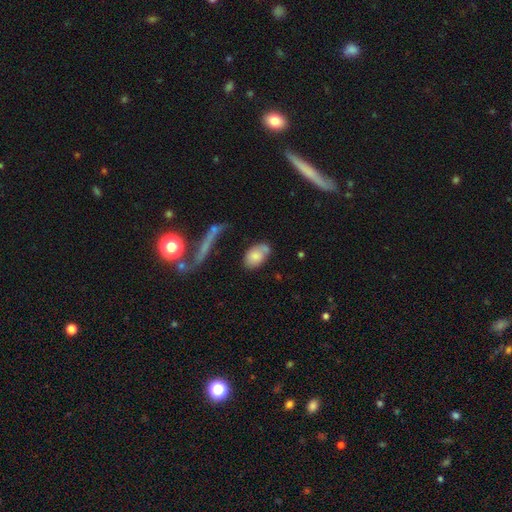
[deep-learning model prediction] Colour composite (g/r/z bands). It shows a smooth galaxy with no disk features (75%) that is in between round and cigar-shaped (87%). Merging: none (50%).